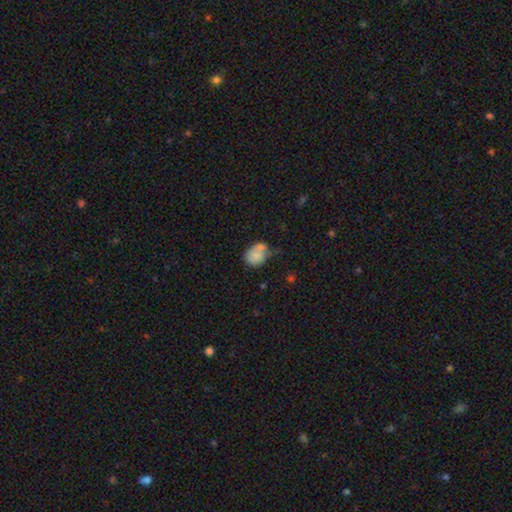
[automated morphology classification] This is likely a smooth galaxy (74%). How rounded: possibly in between (52%). Merging: marginally none (33%).